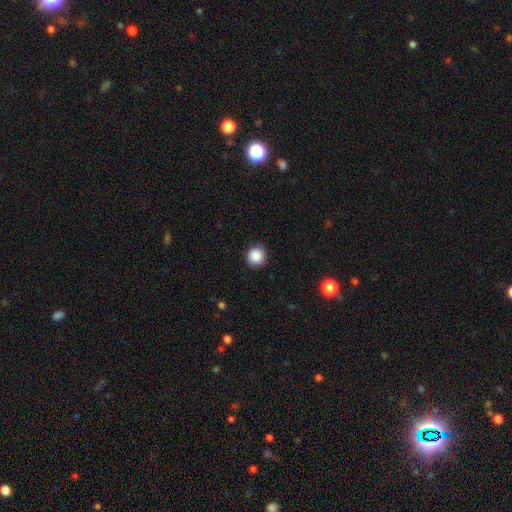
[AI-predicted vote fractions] The model was most divided on "smooth or featured": smooth: 88%, star or artifact: 9%, featured or disk: 3%. More confident: how rounded — round (94%); merging — none (90%).